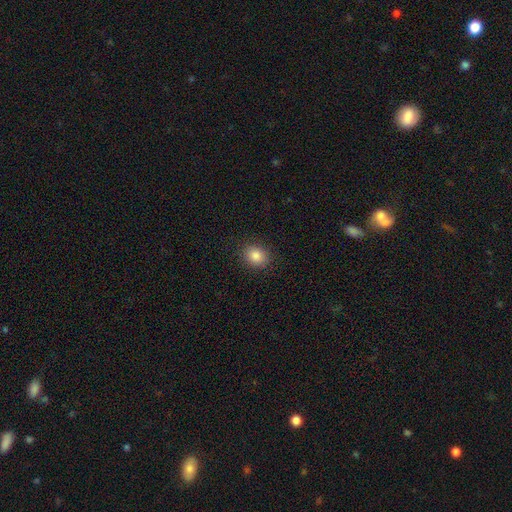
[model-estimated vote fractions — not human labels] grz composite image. It shows a smooth galaxy with no disk features (85%) that is round (66%). Merging: none (89%).